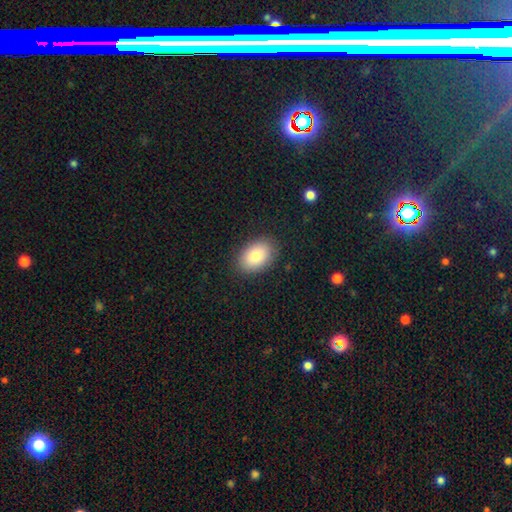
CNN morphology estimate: smooth_or_featured: smooth (p=0.83) [alt: featured or disk p=0.10]
how_rounded: in between (p=0.87) [alt: round p=0.12]
merging: none (p=0.87) [alt: minor disturbance p=0.10]